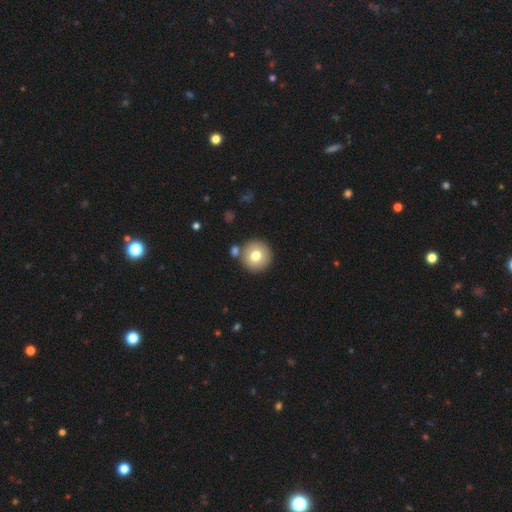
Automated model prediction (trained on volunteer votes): smooth_or_featured: smooth (p=0.76) [alt: featured or disk p=0.15]
how_rounded: round (p=0.95) [alt: in between p=0.04]
merging: none (p=0.81) [alt: merger p=0.10]